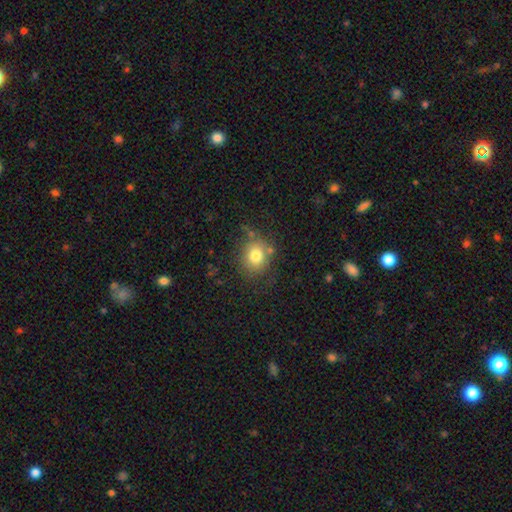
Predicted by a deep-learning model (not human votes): Smooth or featured: smooth — 78% (star or artifact — 11%)
How rounded: round — 74% (in between — 25%)
Merging: none — 73% (minor disturbance — 15%)